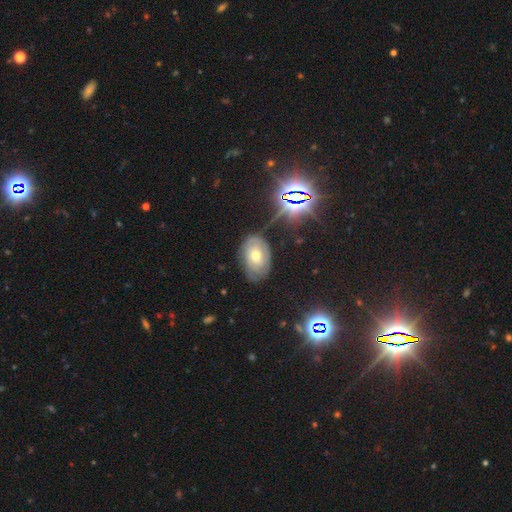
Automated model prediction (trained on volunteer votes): Smooth or featured: featured or disk — 42% (smooth — 39%)
Merging: none — 69% (minor disturbance — 22%)